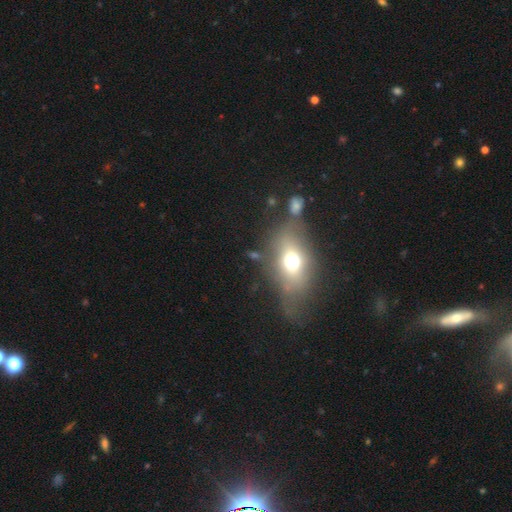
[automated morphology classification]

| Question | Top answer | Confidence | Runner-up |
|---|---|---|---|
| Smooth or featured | smooth | 54% | featured or disk (32%) |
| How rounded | in between | 73% | round (19%) |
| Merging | none | 48% | minor disturbance (25%) |